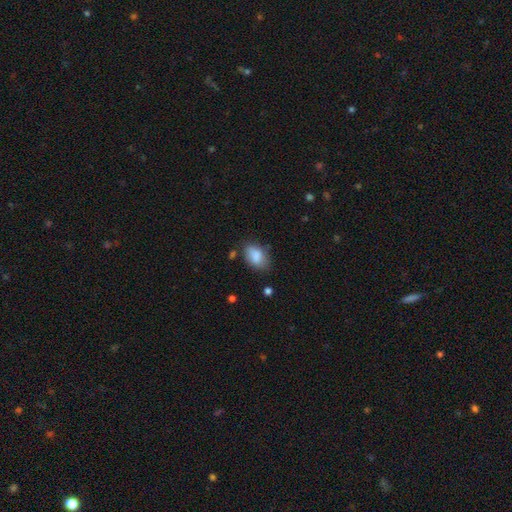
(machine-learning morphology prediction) This is clearly a smooth galaxy (85%). How rounded: clearly in between (87%). Merging: likely none (65%).